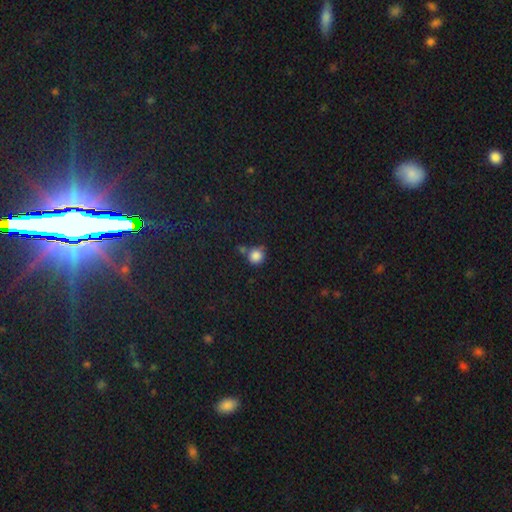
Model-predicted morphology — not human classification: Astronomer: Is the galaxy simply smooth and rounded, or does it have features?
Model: smooth — 84%.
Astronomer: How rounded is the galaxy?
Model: round — 90%.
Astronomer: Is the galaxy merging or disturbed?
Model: none — 60%.